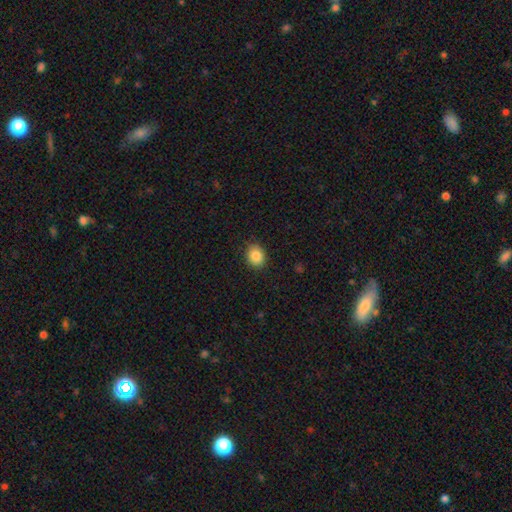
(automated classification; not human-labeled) smooth-or-featured: smooth: 86% | star or artifact: 9% | featured or disk: 5%
  how-rounded: round: 58% | in between: 41% | cigar-shaped: 1%
  merging: none: 85% | minor disturbance: 12% | major disturbance: 2% | merger: 1%